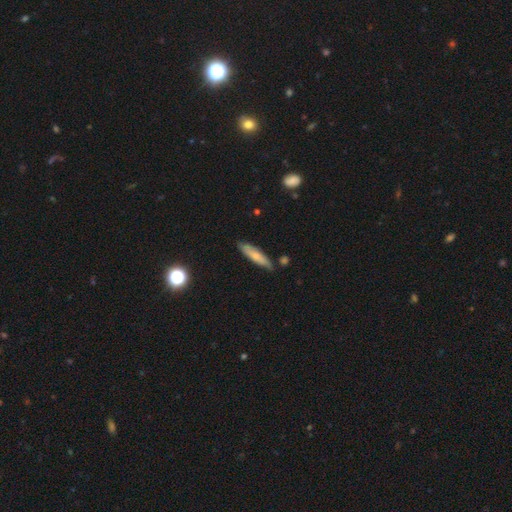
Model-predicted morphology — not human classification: smooth_or_featured: smooth (p=0.64) [alt: featured or disk p=0.29]
how_rounded: cigar-shaped (p=0.77) [alt: in between p=0.21]
merging: none (p=0.78) [alt: minor disturbance p=0.16]